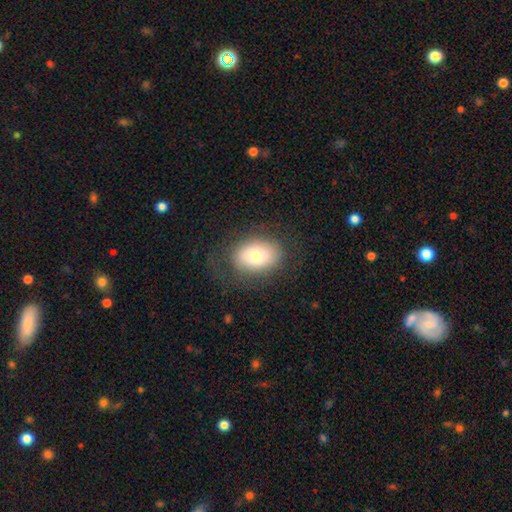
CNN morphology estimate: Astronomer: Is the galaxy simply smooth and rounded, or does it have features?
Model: smooth — 72%.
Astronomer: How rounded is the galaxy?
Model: in between — 77%.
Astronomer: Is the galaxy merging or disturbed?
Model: none — 73%.